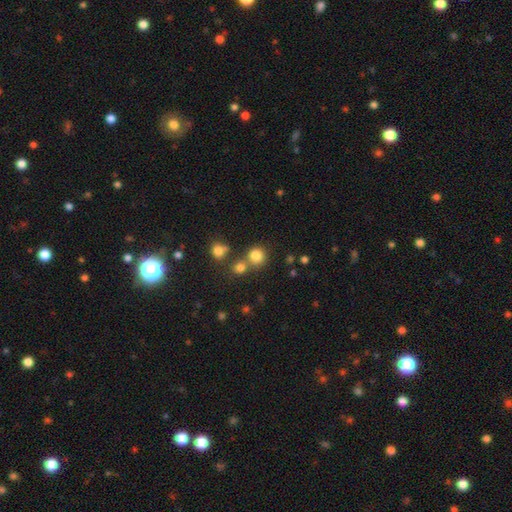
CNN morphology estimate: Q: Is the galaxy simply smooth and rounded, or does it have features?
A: smooth — 81%.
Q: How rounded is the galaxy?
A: round — 86%.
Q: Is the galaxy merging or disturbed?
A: none — 62%.